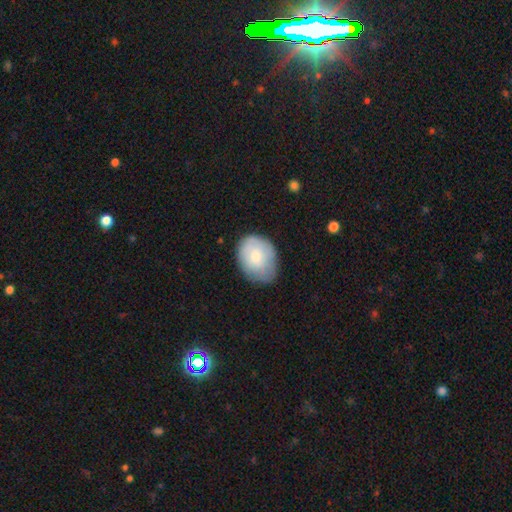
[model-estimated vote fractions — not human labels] Morphology: type=smooth (70%); roundness=in between (65%); merging=none (63%).